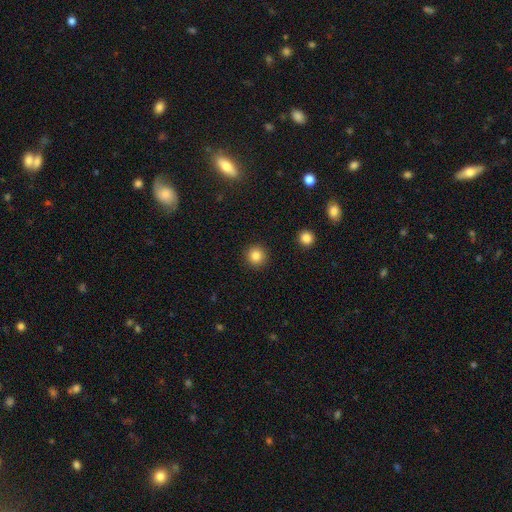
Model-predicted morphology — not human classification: Smooth or featured? smooth (84%)
How rounded? round (95%)
Merging? none (92%)